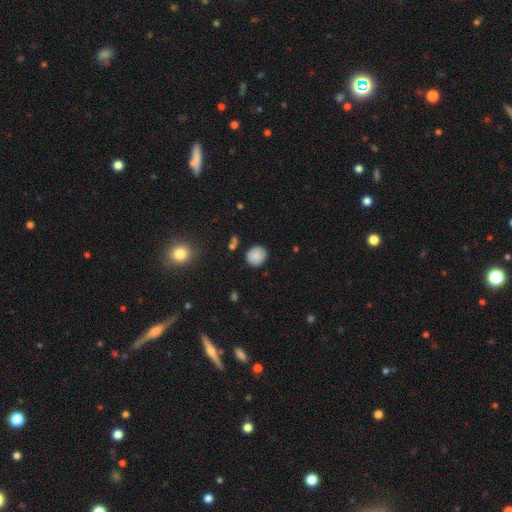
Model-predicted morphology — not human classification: A smooth galaxy with no disk features (84%) that is round (86%).

Vote fractions:
- Smooth or featured? smooth: 84% / star or artifact: 9% / featured or disk: 7%
- How rounded? round: 86% / in between: 13% / cigar-shaped: 1%
- Merging? none: 84% / minor disturbance: 11% / major disturbance: 2% / merger: 2%